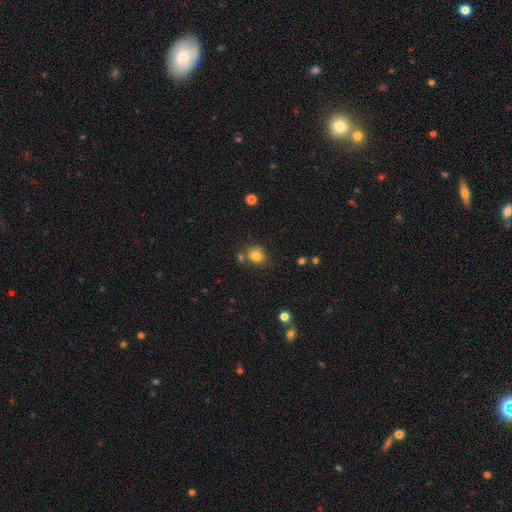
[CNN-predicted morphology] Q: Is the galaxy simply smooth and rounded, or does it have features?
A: smooth — 80%.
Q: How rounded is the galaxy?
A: round — 63%.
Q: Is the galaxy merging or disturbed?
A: none — 64%.